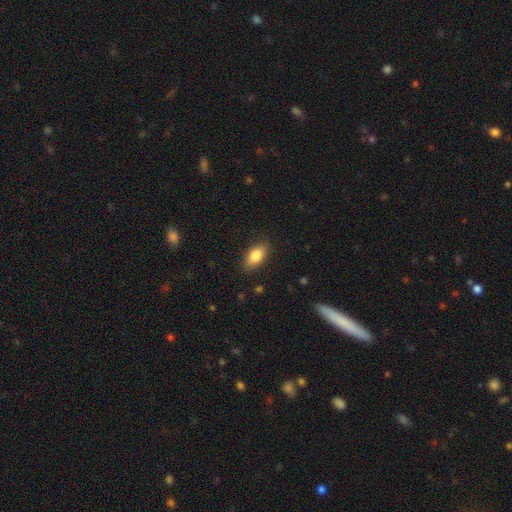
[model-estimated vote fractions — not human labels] Smooth or featured? Predicted: smooth (p=0.82). How rounded? Predicted: in between (p=0.88). Merging? Predicted: none (p=0.86).